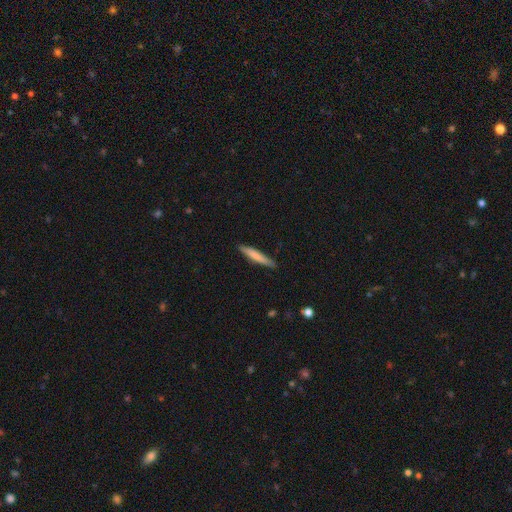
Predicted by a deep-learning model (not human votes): This is likely a smooth galaxy (72%). How rounded: clearly cigar-shaped (94%). Merging: clearly none (87%).